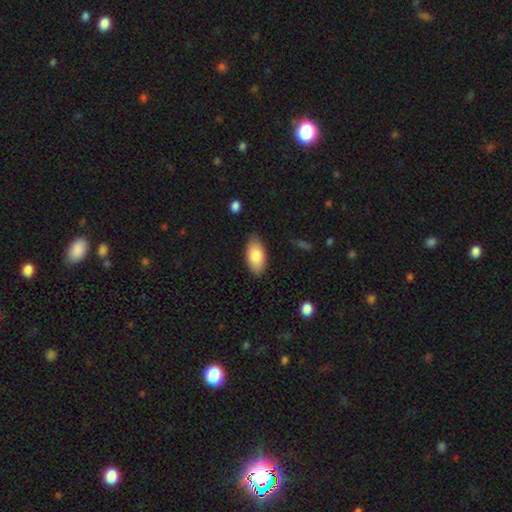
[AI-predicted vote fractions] smooth 83%, featured or disk 11%, star or artifact 6%. Down the decision tree: how rounded — in between (93%); merging — none (83%).